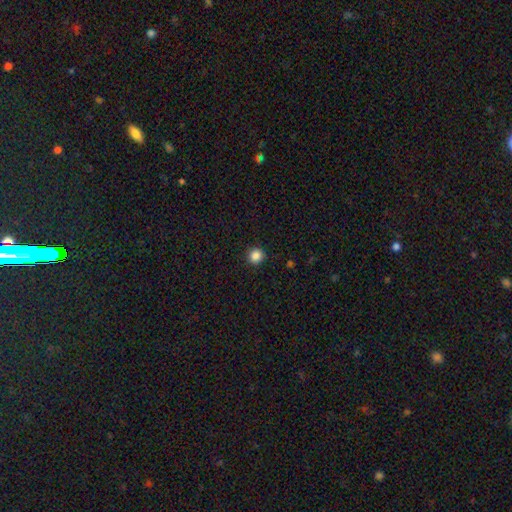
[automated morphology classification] The model was most divided on "smooth or featured": smooth: 86%, star or artifact: 10%, featured or disk: 3%. More confident: how rounded — round (94%); merging — none (93%).